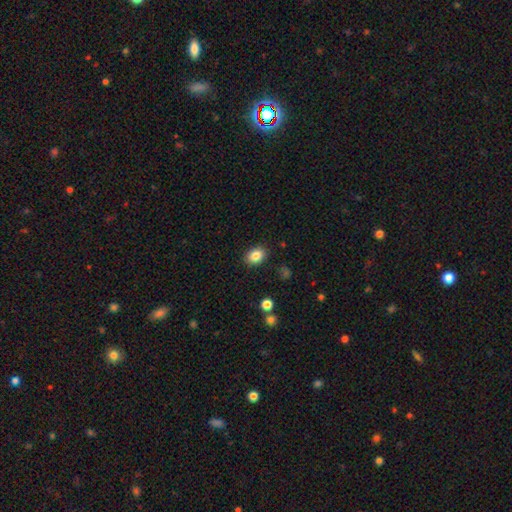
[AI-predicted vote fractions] This appears to be a smooth galaxy with no disk features (85%) that is in between round and cigar-shaped (69%). Merging: none (87%).